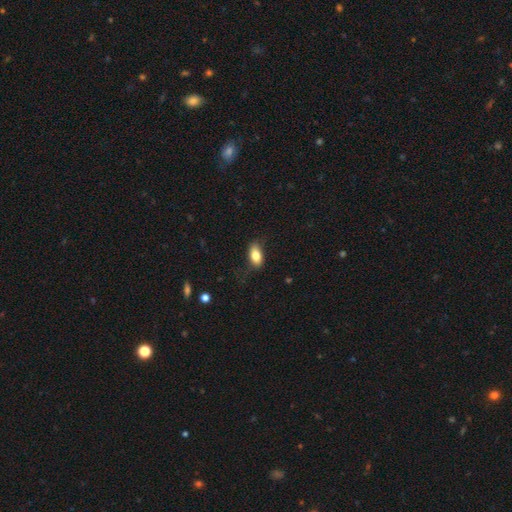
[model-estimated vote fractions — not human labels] Smooth or featured?
  - smooth: 81% *
  - featured or disk: 12%
  - star or artifact: 7%
How rounded?
  - in between: 88% *
  - round: 6%
  - cigar-shaped: 6%
Merging?
  - none: 72% *
  - minor disturbance: 21%
  - major disturbance: 7%
  - merger: 1%